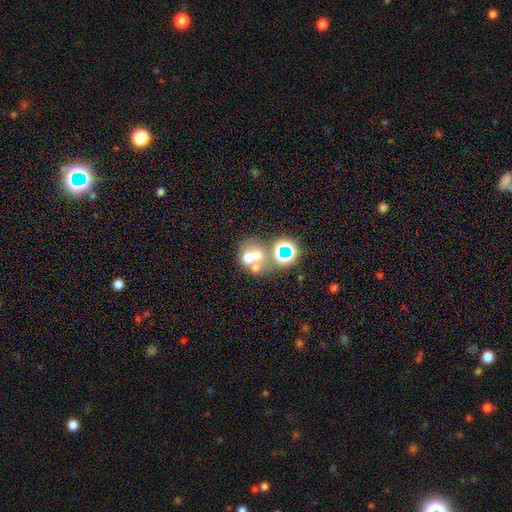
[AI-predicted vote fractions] smooth-or-featured: smooth: 48% | star or artifact: 26% | featured or disk: 25%
  merging: merger: 51% | none: 35% | minor disturbance: 8% | major disturbance: 6%